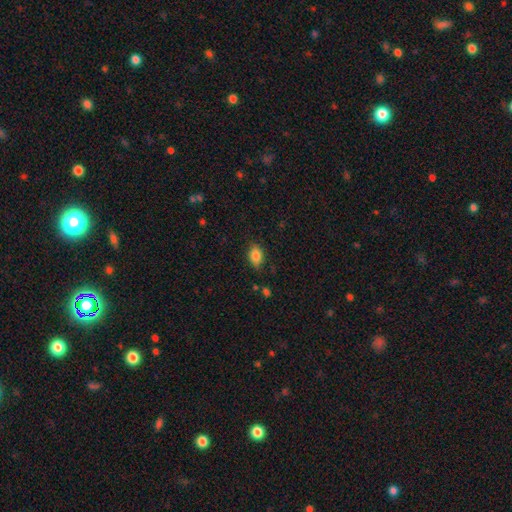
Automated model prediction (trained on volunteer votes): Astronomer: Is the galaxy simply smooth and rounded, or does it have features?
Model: smooth — 83%.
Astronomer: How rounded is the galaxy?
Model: in between — 84%.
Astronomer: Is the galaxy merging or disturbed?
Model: none — 79%.